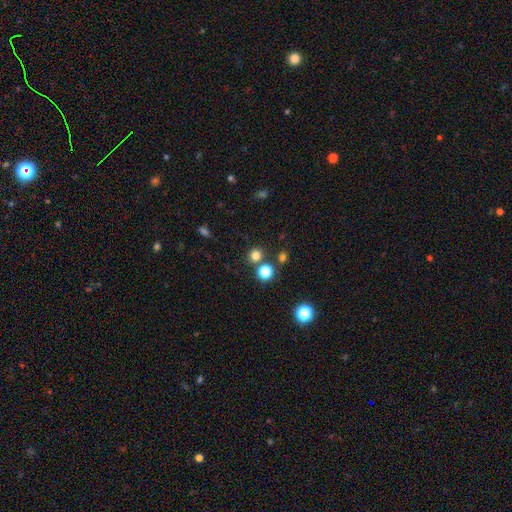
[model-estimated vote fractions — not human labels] Overall: smooth (77%). How rounded: round (89%). Merging: none (78%).